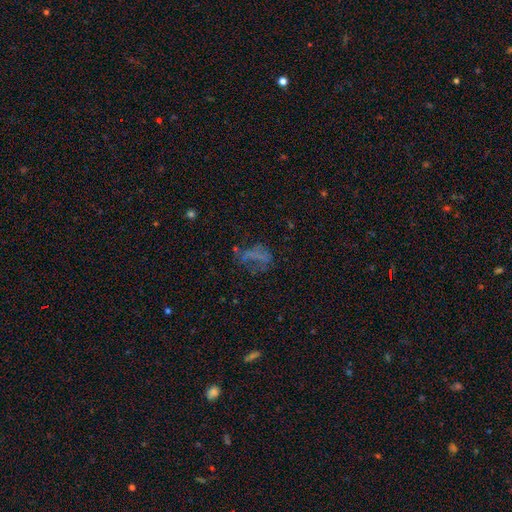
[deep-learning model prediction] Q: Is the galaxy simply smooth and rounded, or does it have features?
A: smooth — 37%.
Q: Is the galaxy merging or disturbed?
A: none — 41%.